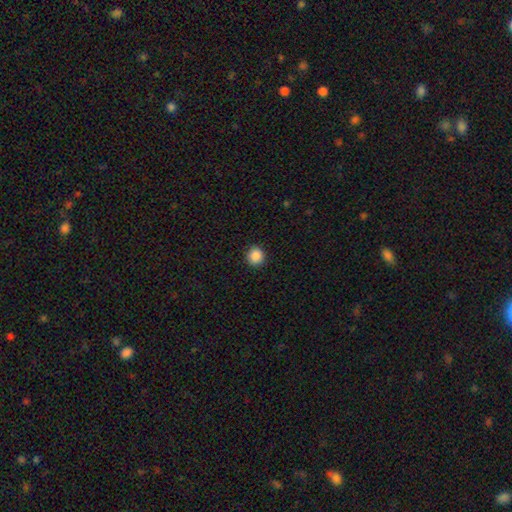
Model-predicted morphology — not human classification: A smooth galaxy with no disk features (88%) that is round (93%). Merging: none (92%).